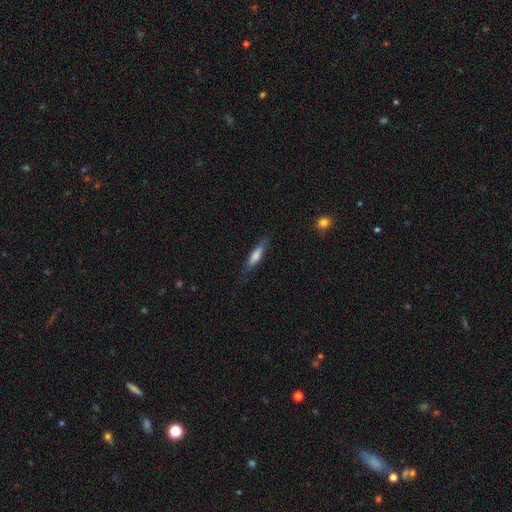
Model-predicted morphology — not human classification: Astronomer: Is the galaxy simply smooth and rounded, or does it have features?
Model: smooth — 63%.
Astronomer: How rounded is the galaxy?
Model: cigar-shaped — 77%.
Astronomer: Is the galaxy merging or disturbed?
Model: none — 76%.